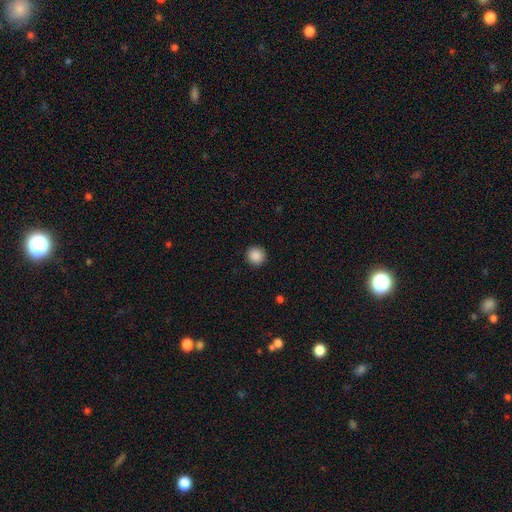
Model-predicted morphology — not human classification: smooth-or-featured: smooth: 89% | star or artifact: 9% | featured or disk: 3%
  how-rounded: round: 94% | in between: 5% | cigar-shaped: 1%
  merging: none: 92% | minor disturbance: 5% | major disturbance: 2% | merger: 1%